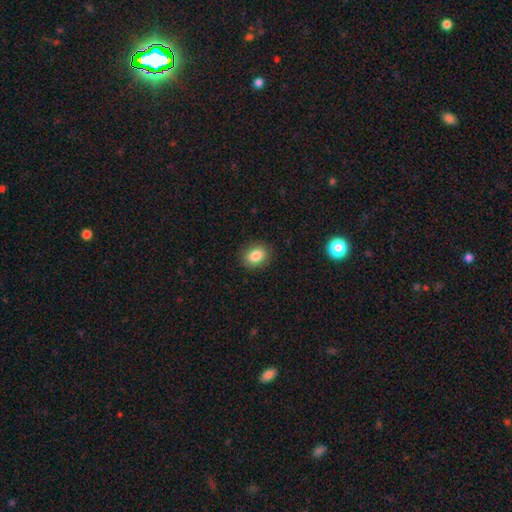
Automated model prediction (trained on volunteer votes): smooth-or-featured: smooth: 85% | star or artifact: 9% | featured or disk: 6%
  how-rounded: in between: 58% | round: 41% | cigar-shaped: 1%
  merging: none: 88% | minor disturbance: 8% | major disturbance: 2% | merger: 1%